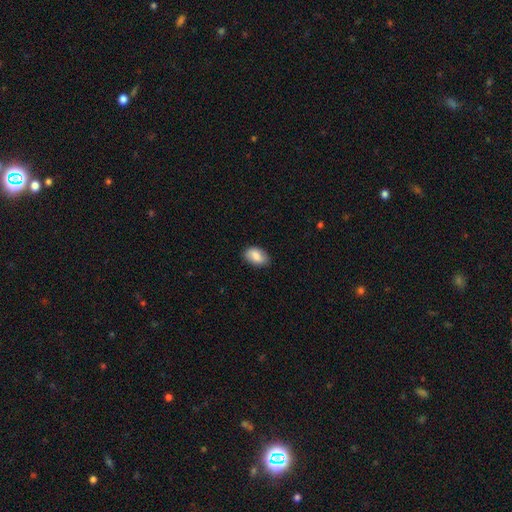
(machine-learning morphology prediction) Smooth or featured? Predicted: smooth (p=0.84). How rounded? Predicted: in between (p=0.89). Merging? Predicted: none (p=0.83).